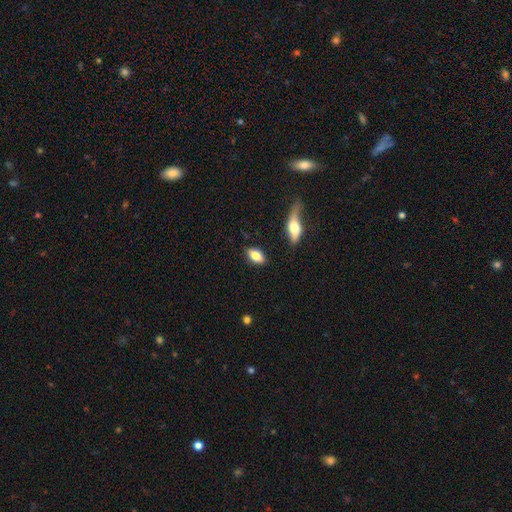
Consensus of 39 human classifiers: A smooth galaxy with no disk features (77%) that is in between round and cigar-shaped (77%). Merging: none (87%).